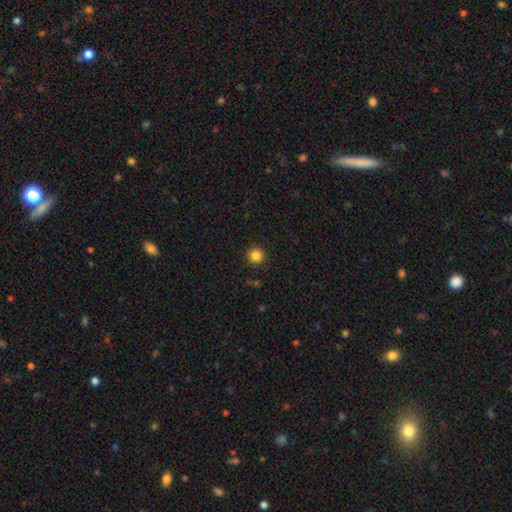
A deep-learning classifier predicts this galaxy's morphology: smooth 85%, star or artifact 12%, featured or disk 4%. Down the decision tree: how rounded — round (96%); merging — none (92%).